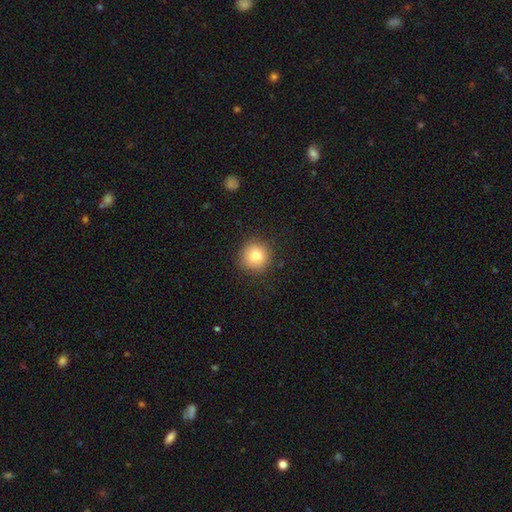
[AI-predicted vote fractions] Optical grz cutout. It shows a smooth galaxy with no disk features (82%) that is round (93%). Merging: none (88%).